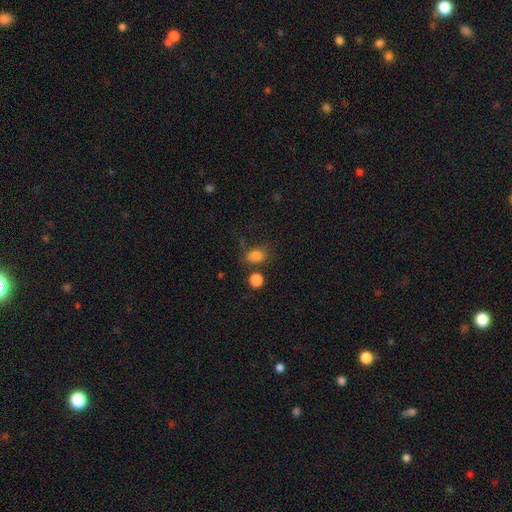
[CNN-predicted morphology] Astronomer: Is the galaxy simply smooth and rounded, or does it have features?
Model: smooth — 82%.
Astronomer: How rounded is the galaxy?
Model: in between — 61% (runner-up: round, 38%).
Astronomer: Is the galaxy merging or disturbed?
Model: none — 68%.